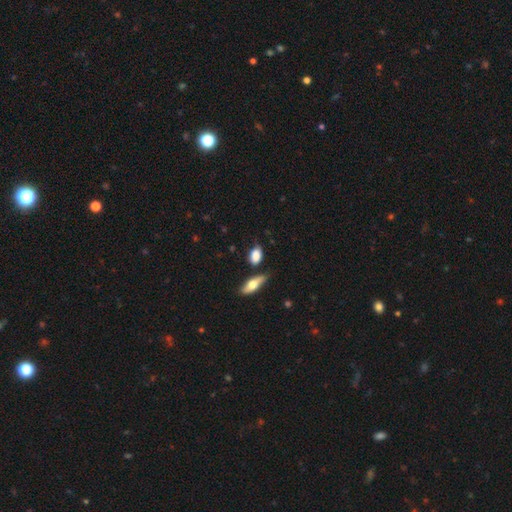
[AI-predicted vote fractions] smooth-or-featured: smooth: 83% | featured or disk: 10% | star or artifact: 7%
  how-rounded: in between: 79% | round: 16% | cigar-shaped: 5%
  merging: none: 61% | minor disturbance: 24% | merger: 9% | major disturbance: 6%